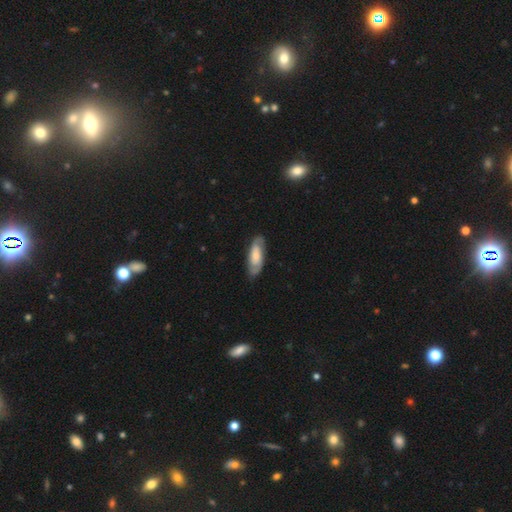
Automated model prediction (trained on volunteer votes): This appears to be a featured or disk galaxy (60%) with no bar (57%), spiral arms (88%) and a moderate central bulge (45%). Merging: none (82%).